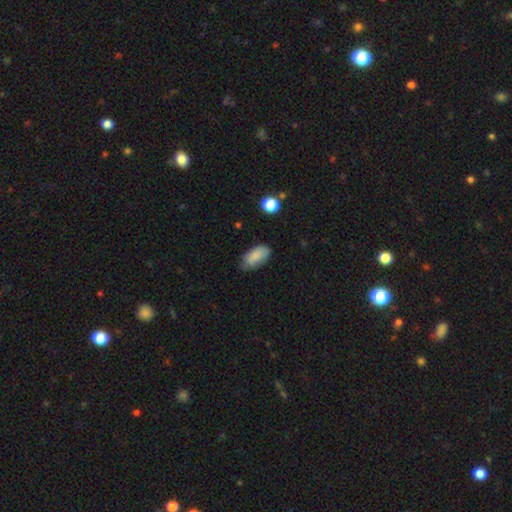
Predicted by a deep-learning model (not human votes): Smooth or featured?
  - smooth: 85% *
  - featured or disk: 8%
  - star or artifact: 7%
How rounded?
  - in between: 92% *
  - cigar-shaped: 4%
  - round: 3%
Merging?
  - none: 67% *
  - minor disturbance: 26%
  - major disturbance: 5%
  - merger: 2%